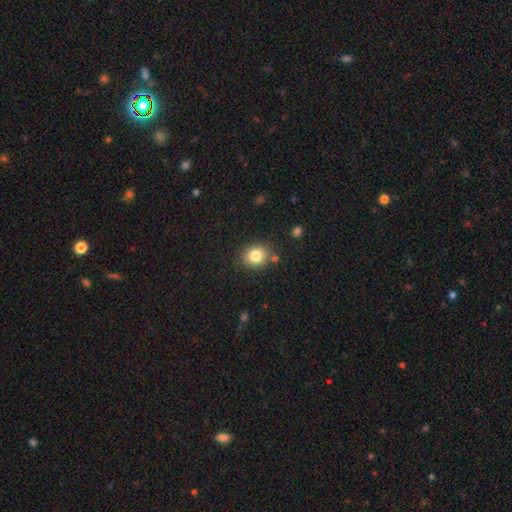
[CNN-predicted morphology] smooth_or_featured: smooth (p=0.82) [alt: star or artifact p=0.11]
how_rounded: round (p=0.66) [alt: in between p=0.33]
merging: none (p=0.83) [alt: minor disturbance p=0.10]